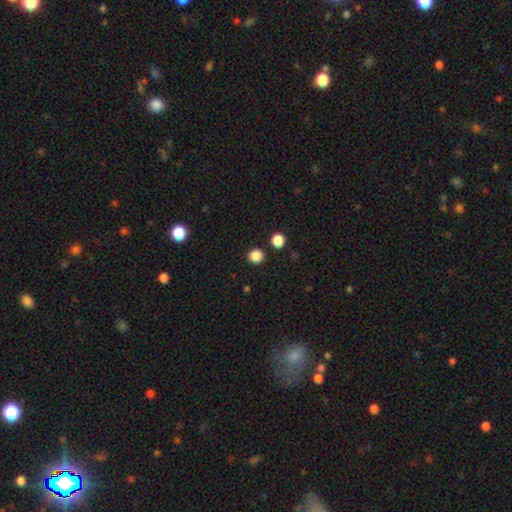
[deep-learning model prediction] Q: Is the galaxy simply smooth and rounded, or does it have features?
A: smooth — 87%.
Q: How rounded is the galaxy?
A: round — 88%.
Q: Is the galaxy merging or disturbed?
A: none — 89%.